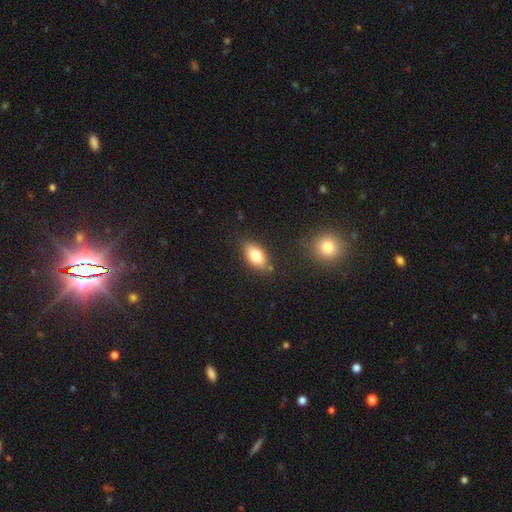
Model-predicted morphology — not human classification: This is likely a smooth galaxy (78%). How rounded: clearly in between (89%). Merging: likely none (80%).